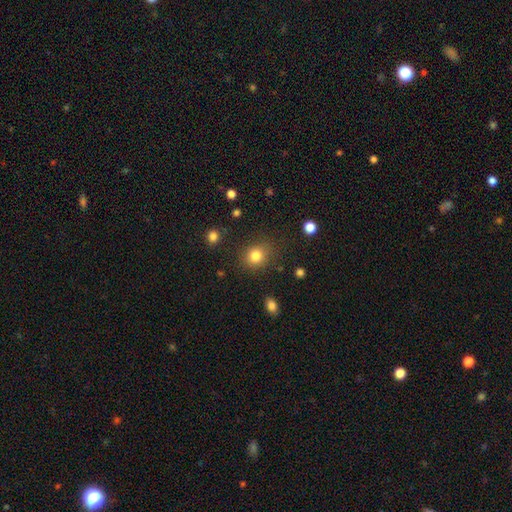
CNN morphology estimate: smooth 82%, star or artifact 12%, featured or disk 6%. Down the decision tree: how rounded — round (78%); merging — none (83%).